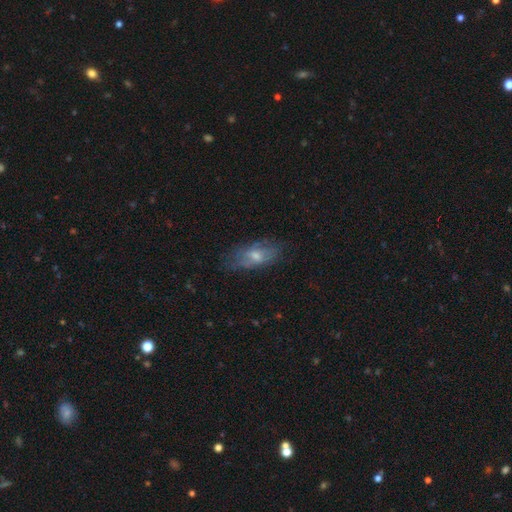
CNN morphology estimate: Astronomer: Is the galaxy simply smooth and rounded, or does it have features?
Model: smooth — 48% (runner-up: featured or disk, 43%).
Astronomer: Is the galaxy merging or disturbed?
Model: none — 68%.